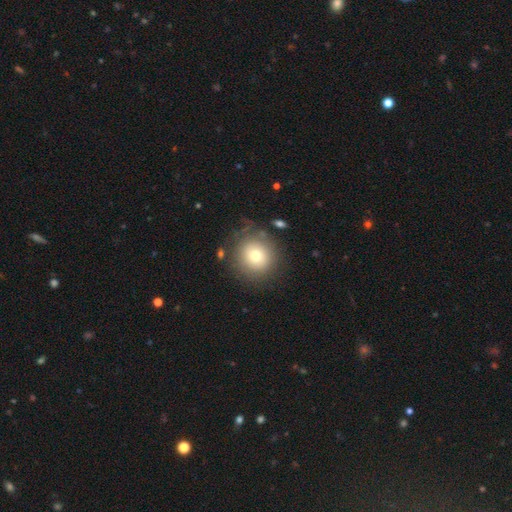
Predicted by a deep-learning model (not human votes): Smooth or featured: smooth — 73% (featured or disk — 17%)
How rounded: round — 93% (in between — 7%)
Merging: none — 80% (minor disturbance — 12%)